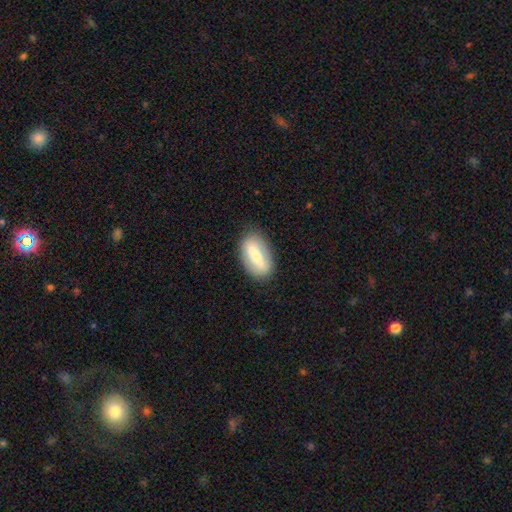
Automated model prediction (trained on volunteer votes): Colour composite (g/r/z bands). It shows a smooth galaxy with no disk features (56%) that is in between round and cigar-shaped (85%). Merging: none (82%).